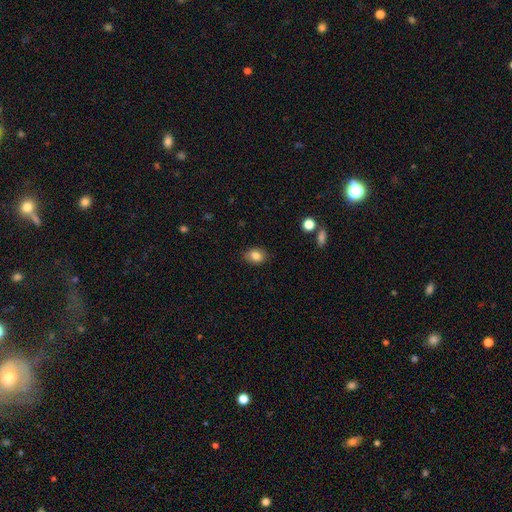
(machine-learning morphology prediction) smooth 84%, star or artifact 9%, featured or disk 7%. Down the decision tree: how rounded — in between (67%); merging — none (82%).